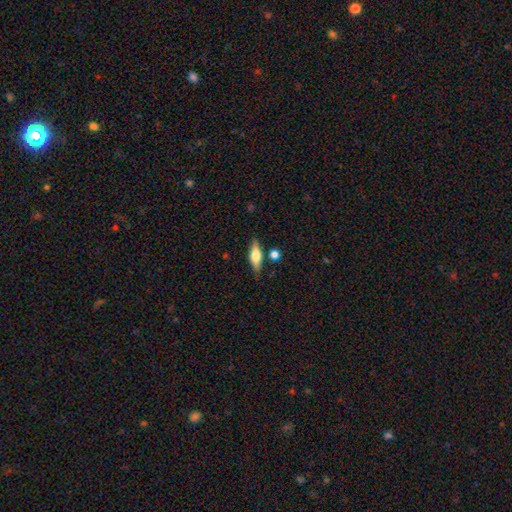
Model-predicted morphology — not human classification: smooth-or-featured: smooth: 56% | featured or disk: 37% | star or artifact: 7%
  how-rounded: in between: 53% | cigar-shaped: 44% | round: 4%
  merging: none: 79% | minor disturbance: 12% | merger: 6% | major disturbance: 3%